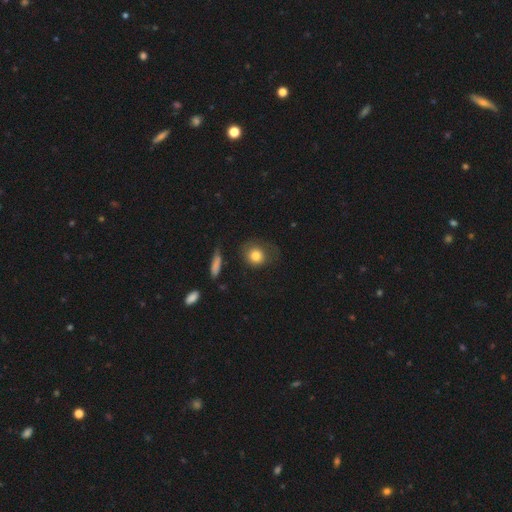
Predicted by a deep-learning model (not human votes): This is likely a smooth galaxy (79%). How rounded: likely round (79%). Merging: possibly none (58%).